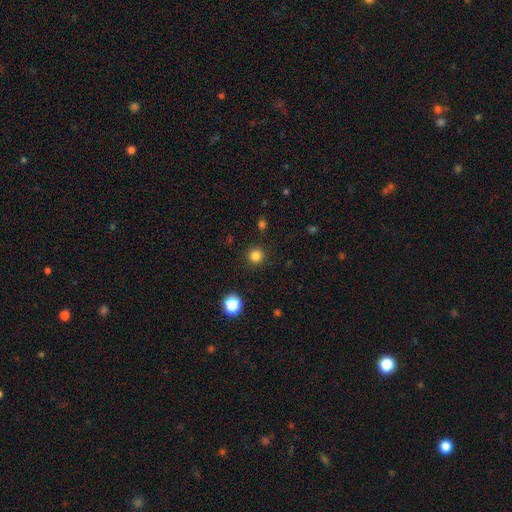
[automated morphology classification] This is clearly a smooth galaxy (82%). How rounded: clearly round (95%). Merging: clearly none (91%).